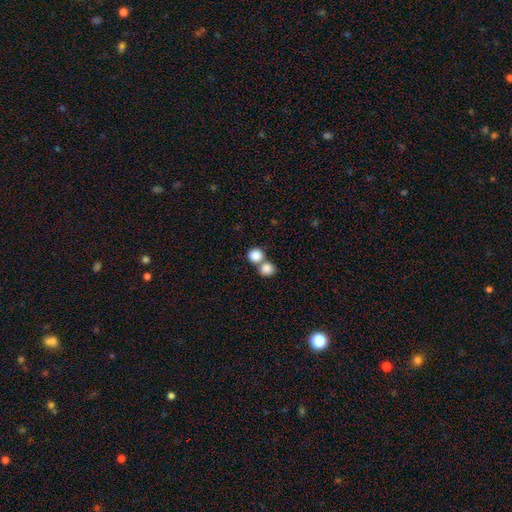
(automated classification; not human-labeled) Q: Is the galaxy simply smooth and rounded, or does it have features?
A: smooth — 86%.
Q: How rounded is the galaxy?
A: round — 84%.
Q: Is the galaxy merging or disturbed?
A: merger — 49%.